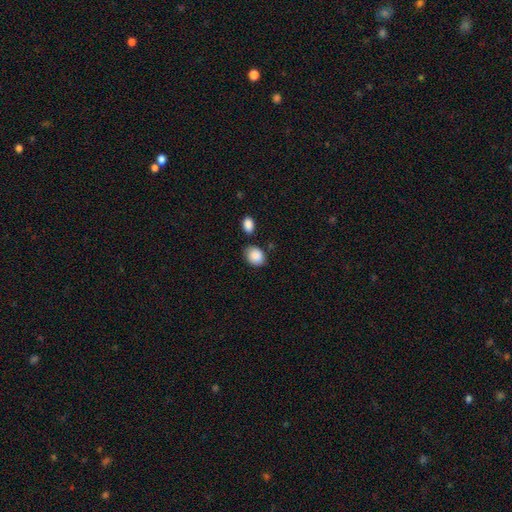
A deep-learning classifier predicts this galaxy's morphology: smooth-or-featured: smooth: 89% | star or artifact: 7% | featured or disk: 4%
  how-rounded: in between: 55% | round: 44% | cigar-shaped: 1%
  merging: none: 71% | minor disturbance: 18% | merger: 7% | major disturbance: 4%